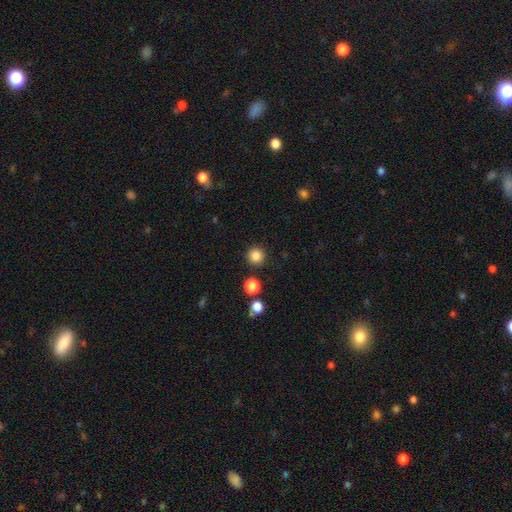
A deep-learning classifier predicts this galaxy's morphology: The model was most divided on "smooth or featured": smooth: 84%, star or artifact: 12%, featured or disk: 4%. More confident: how rounded — round (95%); merging — none (91%).